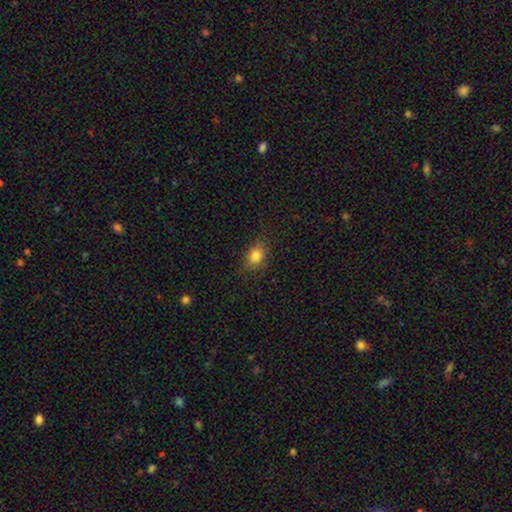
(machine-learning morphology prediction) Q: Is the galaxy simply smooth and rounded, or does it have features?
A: smooth — 83%.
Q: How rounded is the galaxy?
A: in between — 63%.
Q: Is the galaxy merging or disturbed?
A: none — 83%.